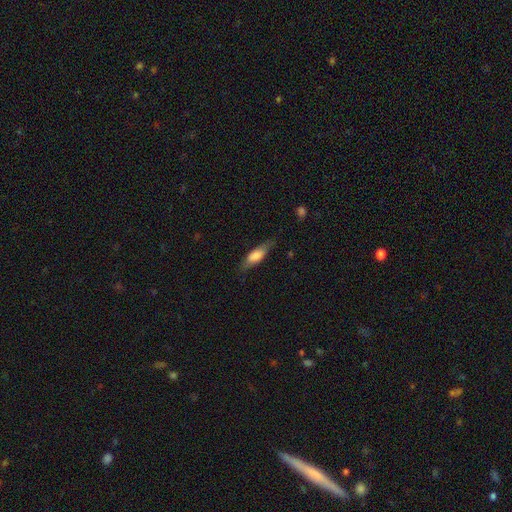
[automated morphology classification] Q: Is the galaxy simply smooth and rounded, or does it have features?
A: smooth — 72%.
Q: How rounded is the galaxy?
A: in between — 56%.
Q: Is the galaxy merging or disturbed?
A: none — 73%.